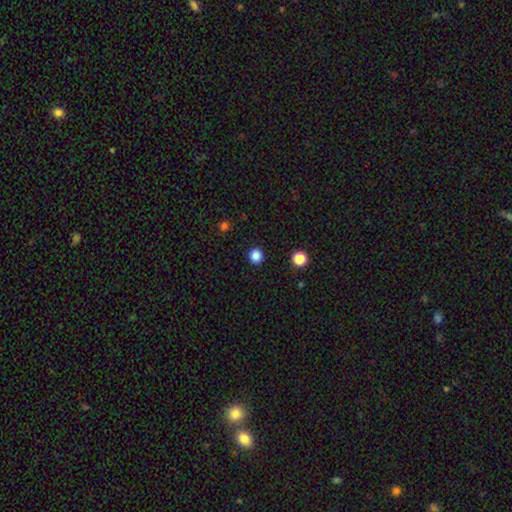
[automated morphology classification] Q: Smooth or featured?
A: smooth (85%); runner-up: star or artifact (12%)
Q: How rounded?
A: round (92%); runner-up: in between (7%)
Q: Merging?
A: none (93%); runner-up: minor disturbance (4%)